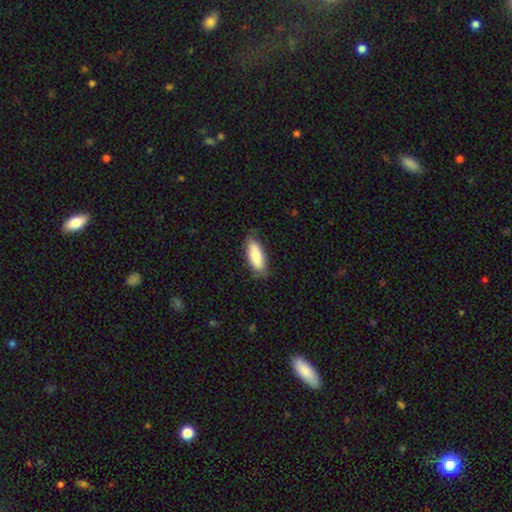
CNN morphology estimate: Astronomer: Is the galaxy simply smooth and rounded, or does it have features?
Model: smooth — 78%.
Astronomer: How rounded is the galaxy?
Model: in between — 77%.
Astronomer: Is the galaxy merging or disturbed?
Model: none — 80%.